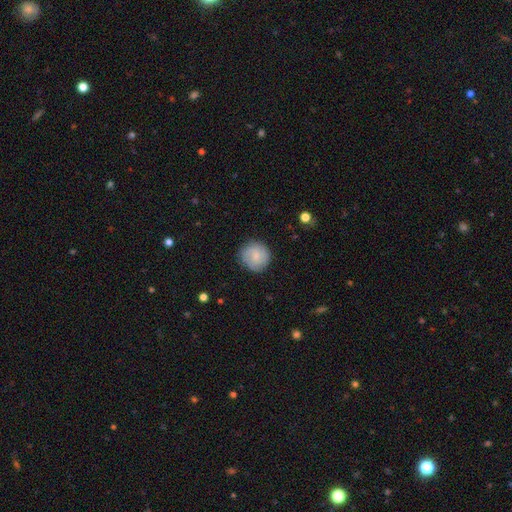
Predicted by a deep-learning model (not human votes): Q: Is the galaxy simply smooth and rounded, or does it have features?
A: smooth — 63%.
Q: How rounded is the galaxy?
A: round — 92%.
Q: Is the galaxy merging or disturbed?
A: none — 82%.